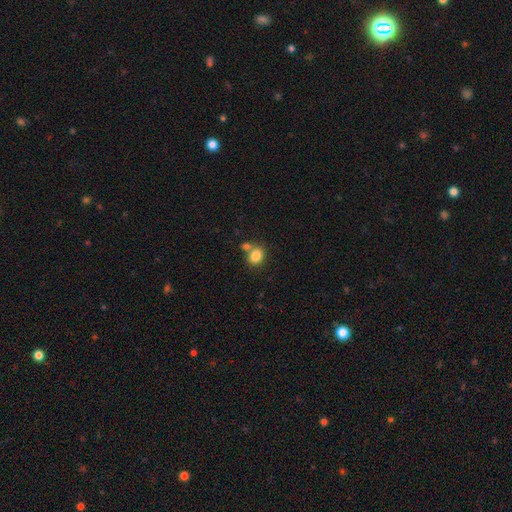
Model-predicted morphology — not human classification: This is clearly a smooth galaxy (84%). How rounded: possibly round (60%). Merging: possibly none (55%).